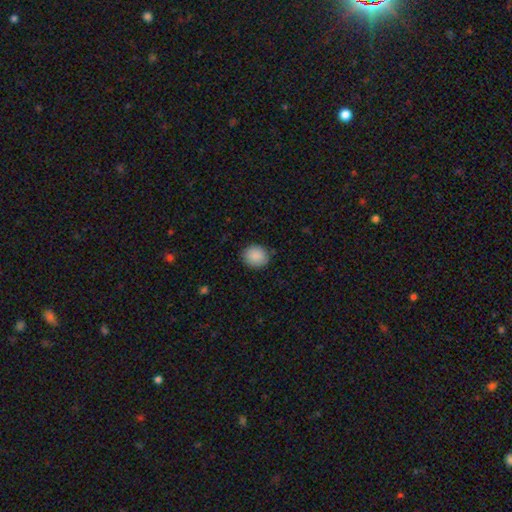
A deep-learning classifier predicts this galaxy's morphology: Overall: smooth (89%). How rounded: round (75%). Merging: none (88%).